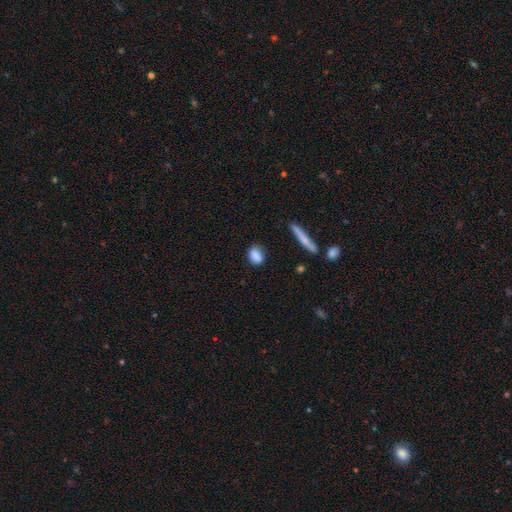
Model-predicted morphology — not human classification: The model was most divided on "how rounded": in between: 65%, round: 30%, cigar-shaped: 6%. More confident: smooth or featured — smooth (86%); merging — none (80%).